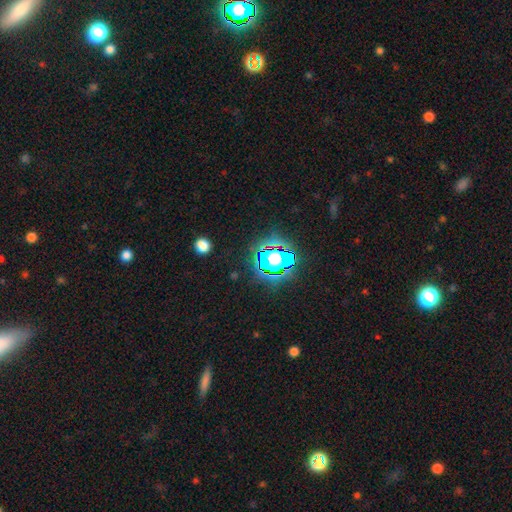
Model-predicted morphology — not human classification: Smooth or featured: star or artifact — 80% (smooth — 12%)